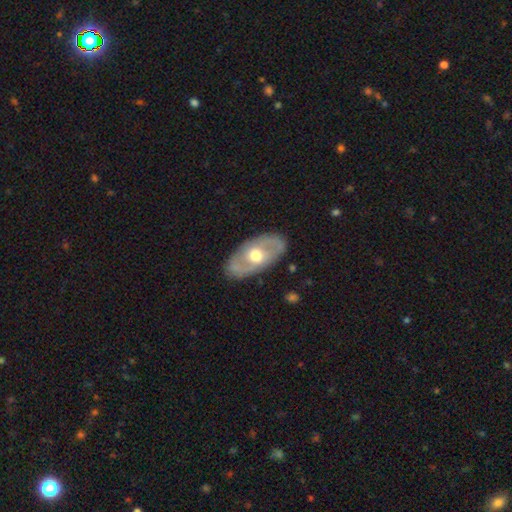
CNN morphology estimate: type=featured or disk (61%); edge-on=no (87%); bar=no (75%); spiral arms=no (59%); bulge=moderate (75%); merging=none (84%).